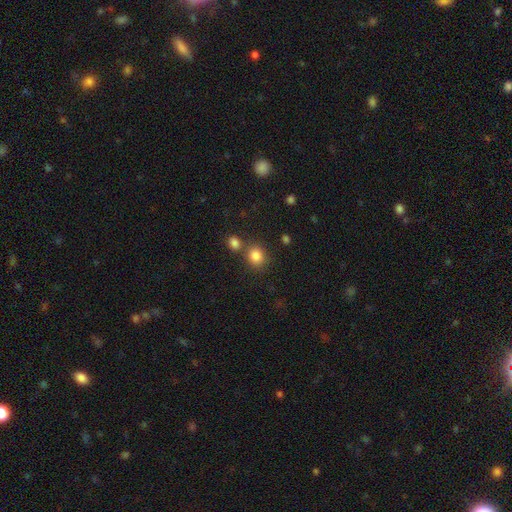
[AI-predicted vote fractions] Smooth or featured: smooth — 83% (star or artifact — 11%)
How rounded: round — 78% (in between — 21%)
Merging: none — 68% (merger — 20%)